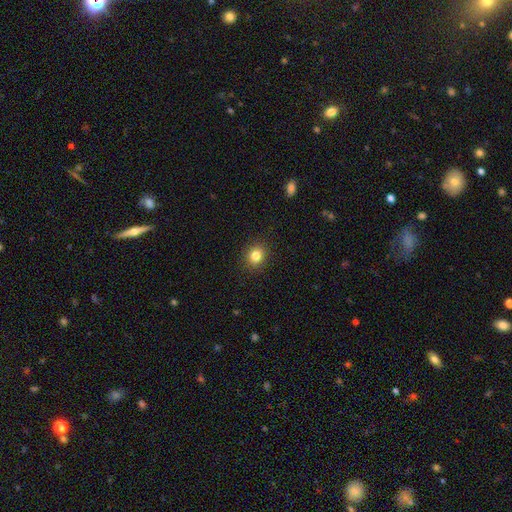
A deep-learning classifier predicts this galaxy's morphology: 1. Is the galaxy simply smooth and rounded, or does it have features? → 83% smooth, 11% star or artifact, 6% featured or disk.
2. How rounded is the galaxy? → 77% round, 23% in between, 1% cigar-shaped.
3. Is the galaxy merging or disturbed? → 90% none, 7% minor disturbance, 2% major disturbance, 1% merger.